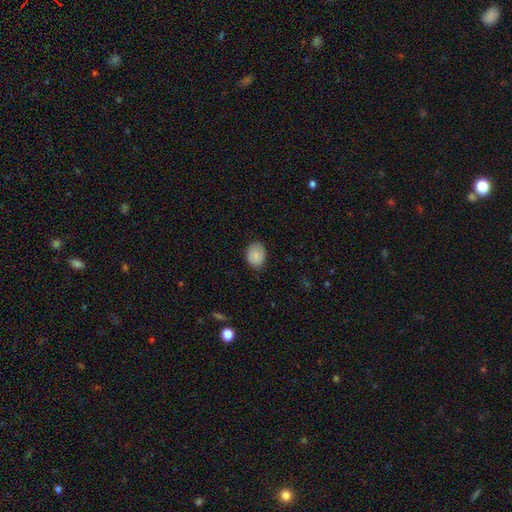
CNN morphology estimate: The model was most divided on "how rounded": in between: 56%, round: 43%, cigar-shaped: 1%. More confident: smooth or featured — smooth (81%); merging — none (77%).